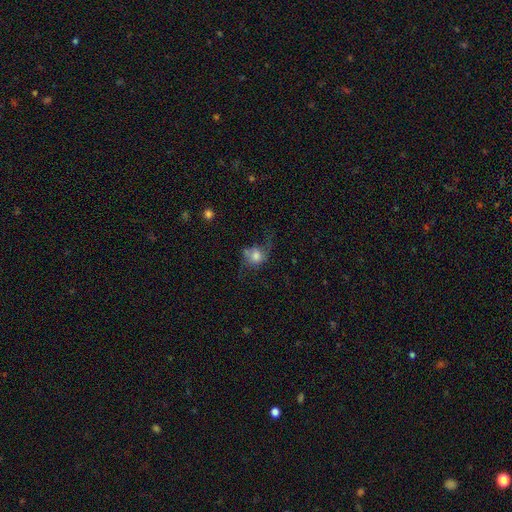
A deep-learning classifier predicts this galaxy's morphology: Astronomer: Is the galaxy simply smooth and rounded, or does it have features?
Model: smooth — 61%.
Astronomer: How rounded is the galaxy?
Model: round — 68%.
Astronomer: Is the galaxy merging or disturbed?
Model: none — 37% (runner-up: major disturbance, 31%).